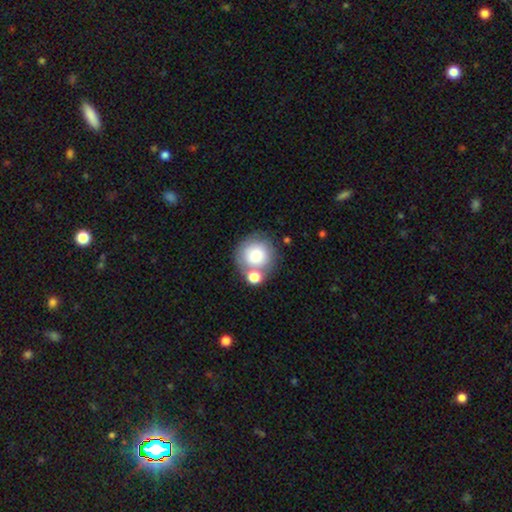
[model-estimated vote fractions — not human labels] Smooth or featured? Predicted: smooth (p=0.78). How rounded? Predicted: round (p=0.90). Merging? Predicted: none (p=0.57).